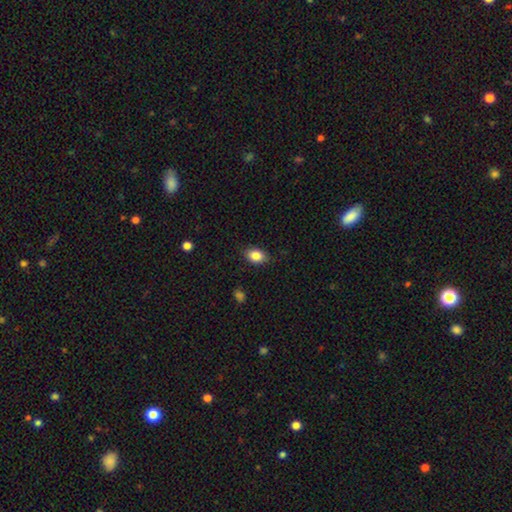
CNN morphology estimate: The model was most divided on "how rounded": in between: 82%, round: 17%, cigar-shaped: 2%. More confident: smooth or featured — smooth (85%); merging — none (84%).